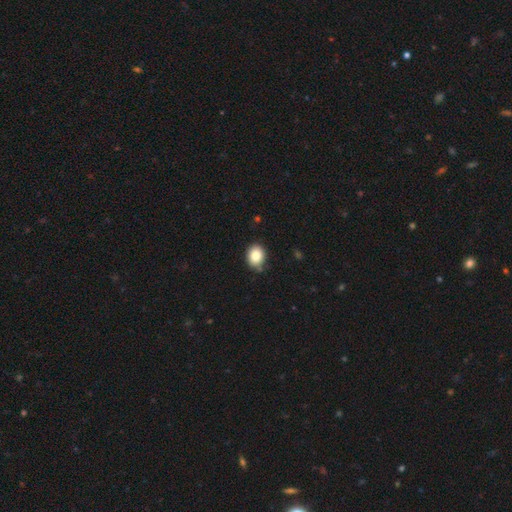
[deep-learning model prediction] smooth-or-featured: smooth: 83% | star or artifact: 9% | featured or disk: 8%
  how-rounded: round: 51% | in between: 48% | cigar-shaped: 1%
  merging: none: 83% | minor disturbance: 13% | major disturbance: 2% | merger: 2%